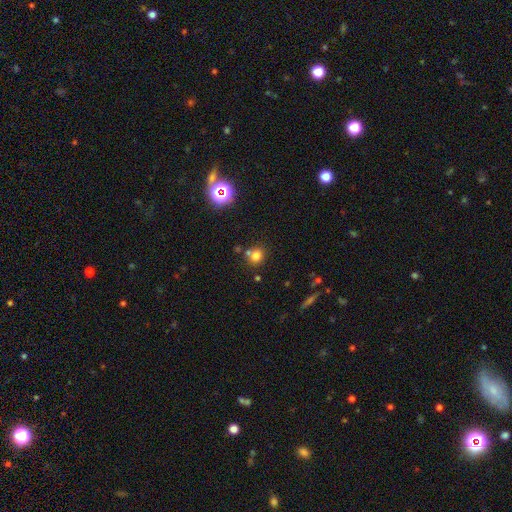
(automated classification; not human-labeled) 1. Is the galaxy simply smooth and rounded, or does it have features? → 74% smooth, 18% star or artifact, 8% featured or disk.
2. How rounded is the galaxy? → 84% round, 15% in between, 1% cigar-shaped.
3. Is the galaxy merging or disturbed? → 67% none, 20% merger, 10% minor disturbance, 3% major disturbance.